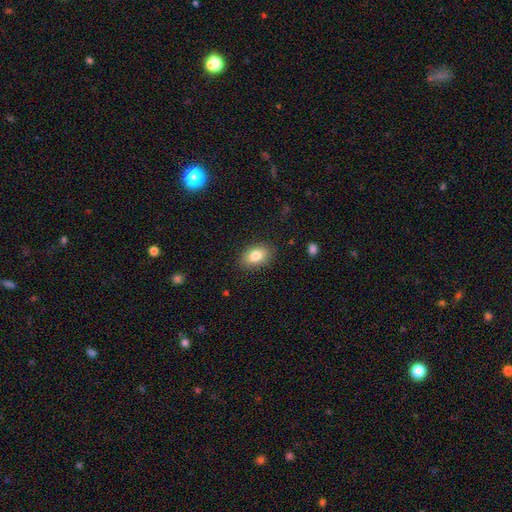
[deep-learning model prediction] Smooth or featured?
  - smooth: 82% *
  - featured or disk: 10%
  - star or artifact: 8%
How rounded?
  - in between: 88% *
  - round: 10%
  - cigar-shaped: 2%
Merging?
  - none: 85% *
  - minor disturbance: 11%
  - major disturbance: 3%
  - merger: 1%